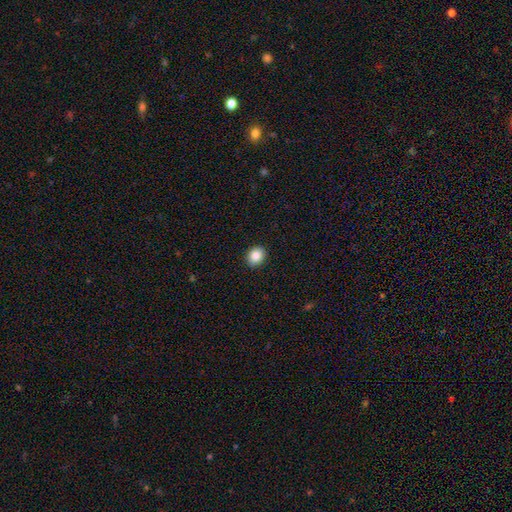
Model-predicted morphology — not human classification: Smooth or featured? smooth (86%)
How rounded? round (53%)
Merging? none (91%)